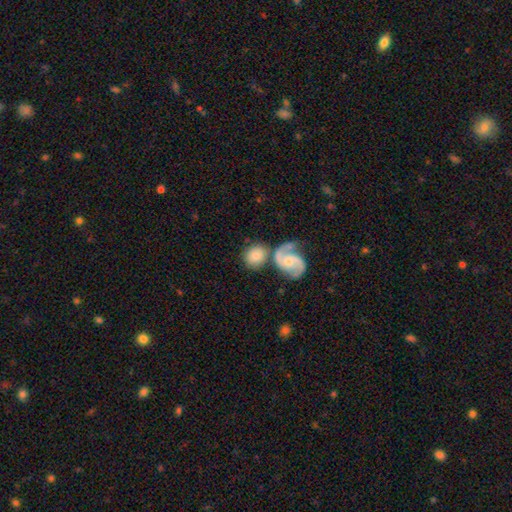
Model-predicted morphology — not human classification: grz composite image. It shows a smooth galaxy with no disk features (59%) that is round (69%). Merging: none (48%).